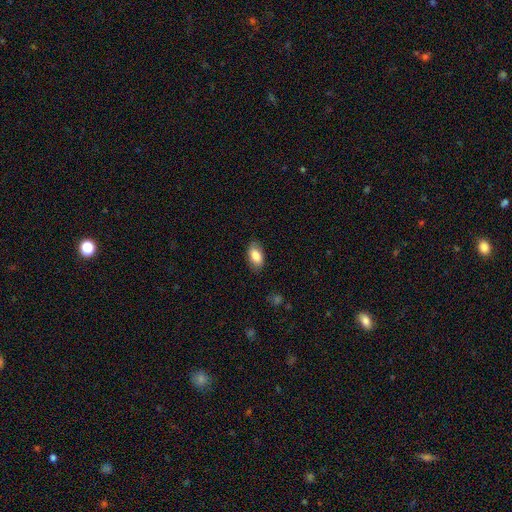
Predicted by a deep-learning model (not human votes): Smooth or featured? smooth (84%)
How rounded? in between (92%)
Merging? none (81%)